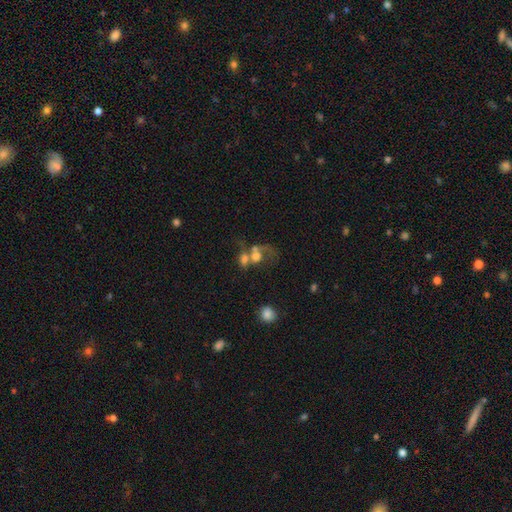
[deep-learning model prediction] smooth 53%, featured or disk 33%, star or artifact 14%. Down the decision tree: how rounded — round (50%); merging — merger (59%).